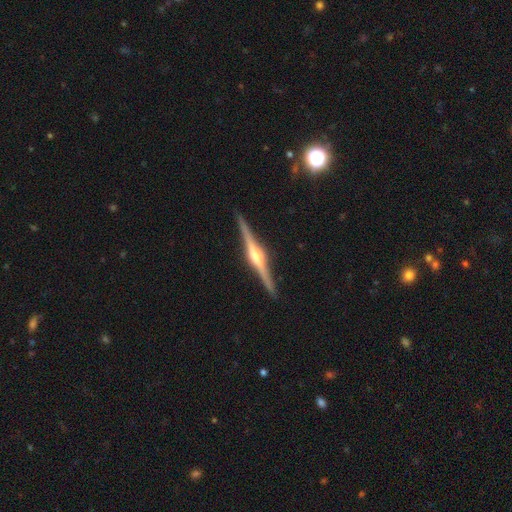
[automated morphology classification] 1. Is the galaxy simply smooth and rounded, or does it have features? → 88% featured or disk, 8% smooth, 4% star or artifact.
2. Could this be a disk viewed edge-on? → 99% yes, 1% no.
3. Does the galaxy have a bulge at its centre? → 89% rounded, 8% boxy, 3% none.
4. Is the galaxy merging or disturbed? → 92% none, 6% minor disturbance, 1% major disturbance, 1% merger.